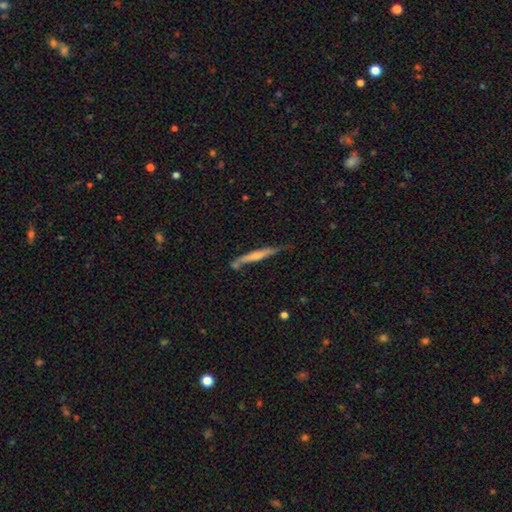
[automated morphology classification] Smooth or featured? Predicted: featured or disk (p=0.50). Edge-on disk? Predicted: yes (p=0.93). Merging? Predicted: none (p=0.64).